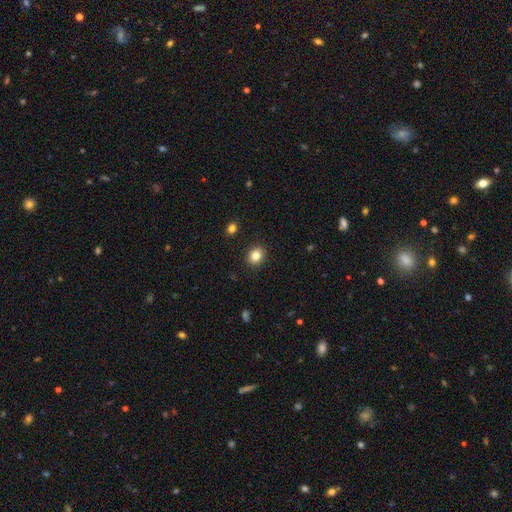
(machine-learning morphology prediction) This appears to be a smooth galaxy with no disk features (84%) that is round (70%). Merging: none (91%).